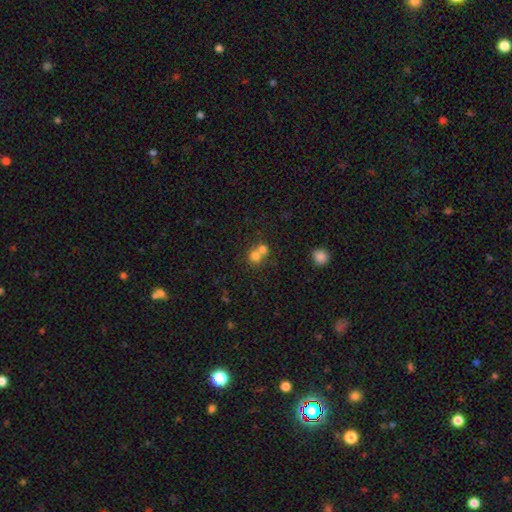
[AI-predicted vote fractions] Smooth or featured?
  - smooth: 74% *
  - featured or disk: 13%
  - star or artifact: 13%
How rounded?
  - round: 82% *
  - in between: 17%
  - cigar-shaped: 1%
Merging?
  - merger: 58% *
  - none: 35%
  - minor disturbance: 5%
  - major disturbance: 3%